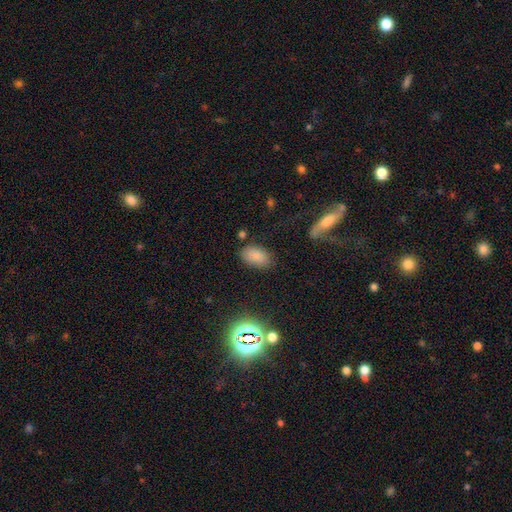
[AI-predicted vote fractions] This appears to be a smooth galaxy with no disk features (83%) that is in between round and cigar-shaped (93%). Merging: none (79%).